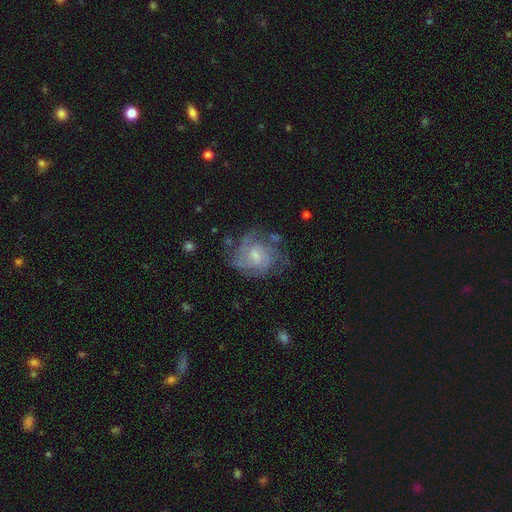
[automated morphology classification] type=featured or disk (71%); edge-on=no (97%); bar=no (48%); spiral arms=yes (85%); winding=tight (49%); arm count=can't tell (44%); bulge=small (49%); merging=none (62%).